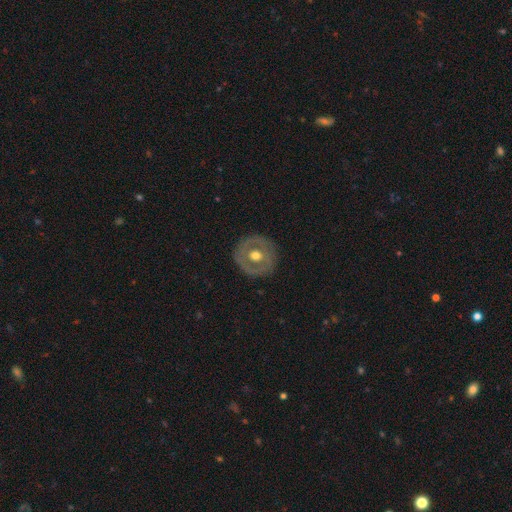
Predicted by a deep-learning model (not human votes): Smooth or featured: featured or disk — 59% (smooth — 36%)
Edge-on disk: no — 95% (yes — 5%)
Bar: no — 77% (weak — 18%)
Spiral arms: no — 80% (yes — 20%)
Bulge size: moderate — 76% (large — 15%)
Merging: none — 84% (minor disturbance — 11%)